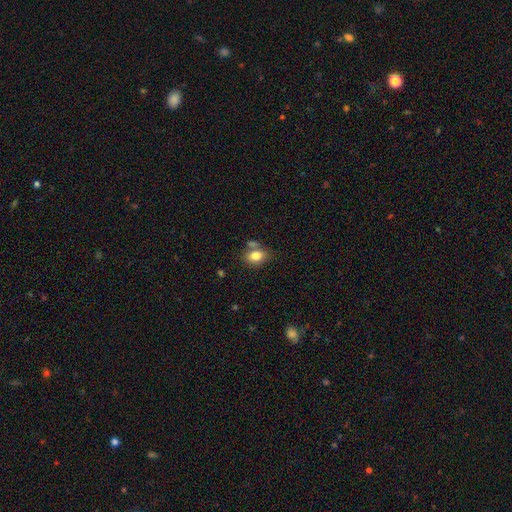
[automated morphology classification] Smooth or featured? Predicted: smooth (p=0.81). How rounded? Predicted: in between (p=0.74). Merging? Predicted: none (p=0.59).